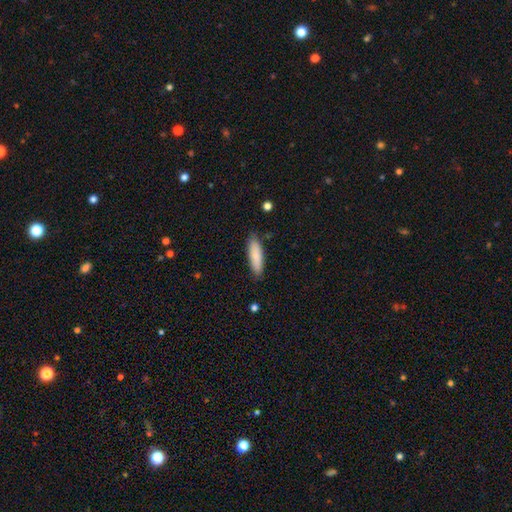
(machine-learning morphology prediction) The model was most divided on "how rounded": cigar-shaped: 57%, in between: 41%, round: 1%. More confident: smooth or featured — smooth (85%); merging — none (85%).